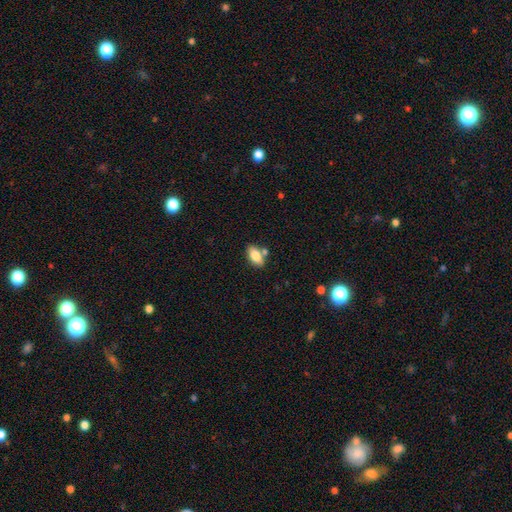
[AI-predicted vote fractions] Overall: smooth (79%). How rounded: in between (89%). Merging: none (70%).